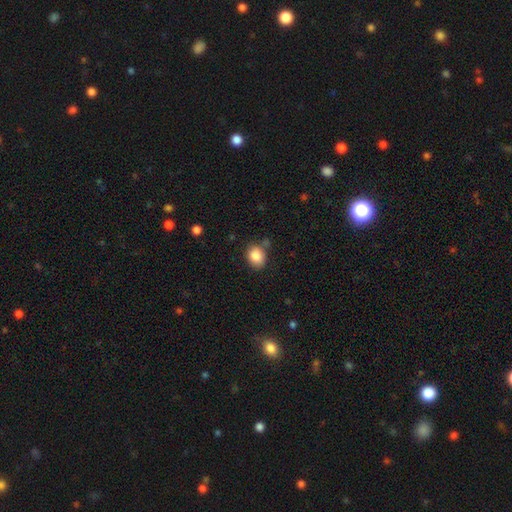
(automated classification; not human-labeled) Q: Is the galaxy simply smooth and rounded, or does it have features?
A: smooth — 86%.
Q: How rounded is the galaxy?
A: in between — 52%.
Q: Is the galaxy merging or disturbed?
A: none — 72%.